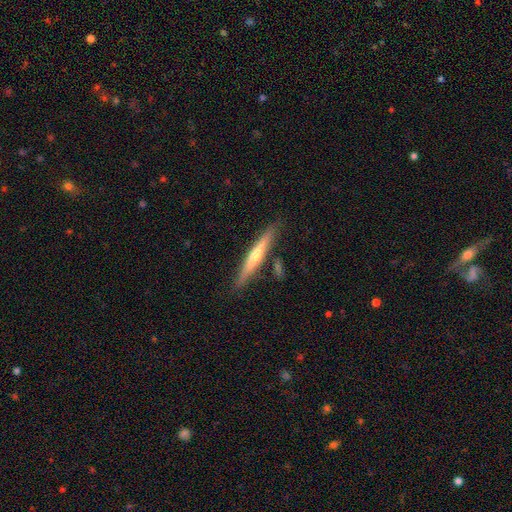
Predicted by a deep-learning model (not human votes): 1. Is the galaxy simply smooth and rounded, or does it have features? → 59% featured or disk, 35% smooth, 6% star or artifact.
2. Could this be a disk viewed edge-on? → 96% yes, 4% no.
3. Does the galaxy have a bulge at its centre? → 77% rounded, 20% none, 4% boxy.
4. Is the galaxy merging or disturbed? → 85% none, 9% minor disturbance, 4% merger, 2% major disturbance.